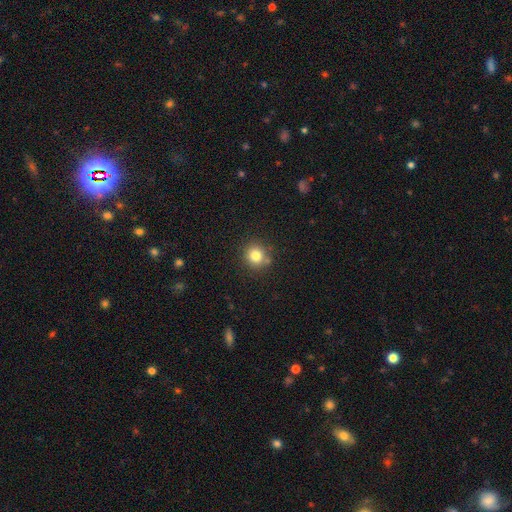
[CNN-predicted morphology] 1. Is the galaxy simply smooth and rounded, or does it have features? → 80% smooth, 12% star or artifact, 7% featured or disk.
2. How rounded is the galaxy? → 91% round, 9% in between, 1% cigar-shaped.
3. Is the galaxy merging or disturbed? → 82% none, 10% minor disturbance, 6% merger, 3% major disturbance.